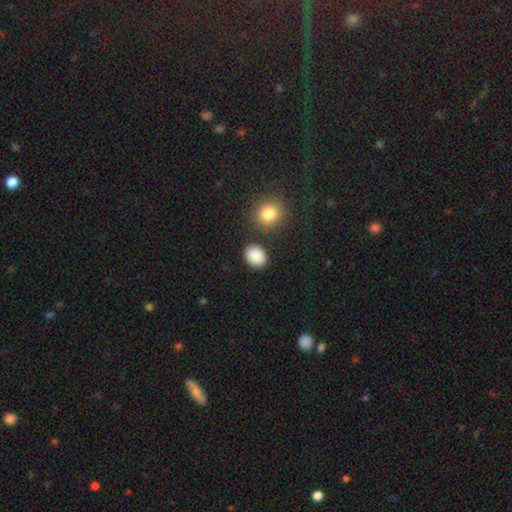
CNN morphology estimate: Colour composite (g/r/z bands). It shows a smooth galaxy with no disk features (89%) that is in between round and cigar-shaped (60%). Merging: none (84%).